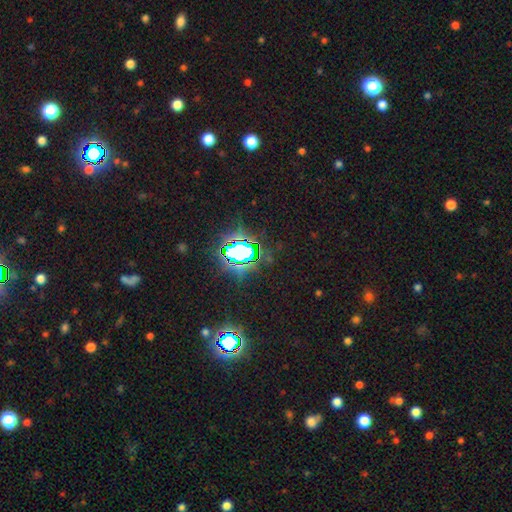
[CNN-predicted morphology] Smooth or featured? star or artifact (80%)